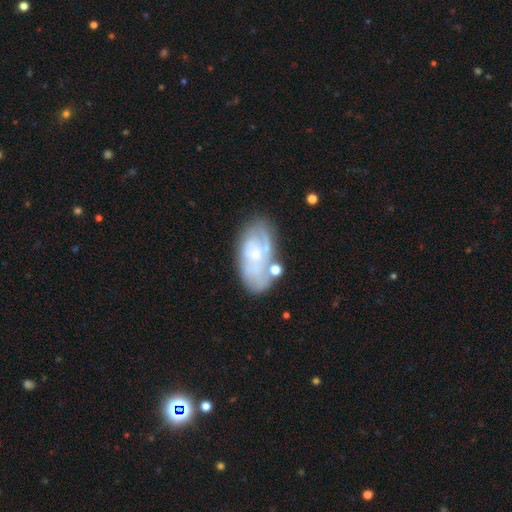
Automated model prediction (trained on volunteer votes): The model was most divided on "merging": none: 57%, minor disturbance: 22%, major disturbance: 10%, merger: 10%. More confident: edge-on disk — no (94%); bar — no (75%); spiral arms — yes (73%); bulge size — small (66%); smooth or featured — featured or disk (66%).